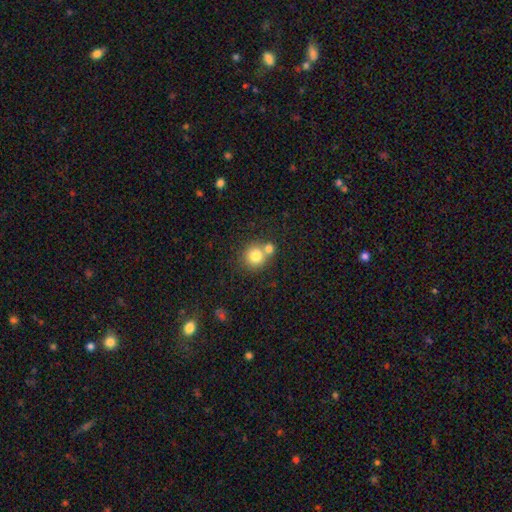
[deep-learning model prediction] Overall: smooth (79%). How rounded: round (89%). Merging: none (53%; merger 37%).